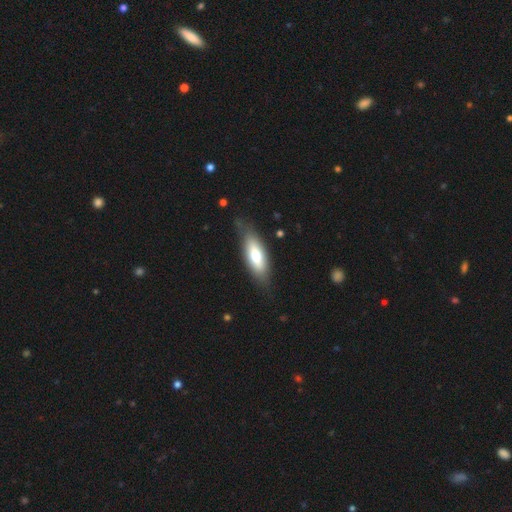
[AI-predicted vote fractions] This appears to be a smooth galaxy with no disk features (62%) that is in between round and cigar-shaped (69%). Merging: none (73%).